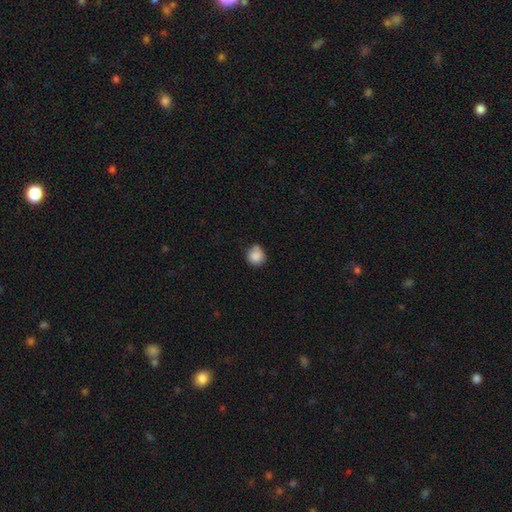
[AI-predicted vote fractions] A smooth galaxy with no disk features (85%) that is round (89%).

Vote fractions:
- Smooth or featured? smooth: 85% / star or artifact: 9% / featured or disk: 6%
- How rounded? round: 89% / in between: 10% / cigar-shaped: 1%
- Merging? none: 64% / minor disturbance: 25% / merger: 6% / major disturbance: 5%